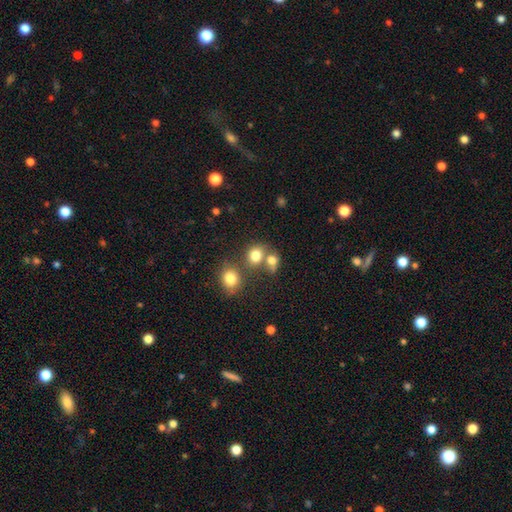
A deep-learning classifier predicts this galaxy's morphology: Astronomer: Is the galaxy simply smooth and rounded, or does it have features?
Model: smooth — 79%.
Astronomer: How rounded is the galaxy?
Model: round — 72%.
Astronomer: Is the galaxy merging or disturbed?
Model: none — 47% (runner-up: merger, 39%).